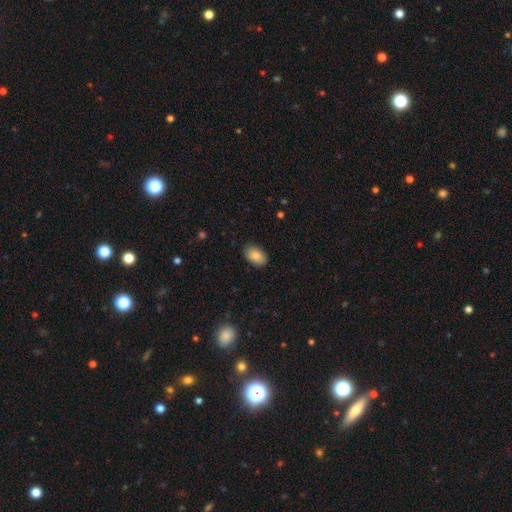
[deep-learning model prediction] A smooth galaxy with no disk features (86%) that is in between round and cigar-shaped (91%).

Vote fractions:
- Smooth or featured? smooth: 86% / star or artifact: 7% / featured or disk: 6%
- How rounded? in between: 91% / round: 8% / cigar-shaped: 1%
- Merging? none: 88% / minor disturbance: 9% / major disturbance: 2% / merger: 1%